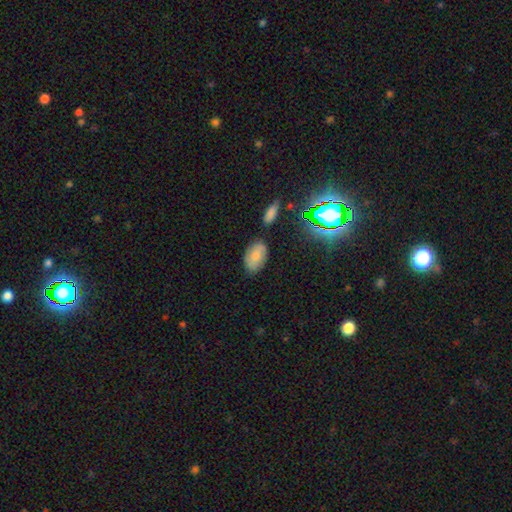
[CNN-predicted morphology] type=smooth (74%); roundness=in between (92%); merging=none (76%).